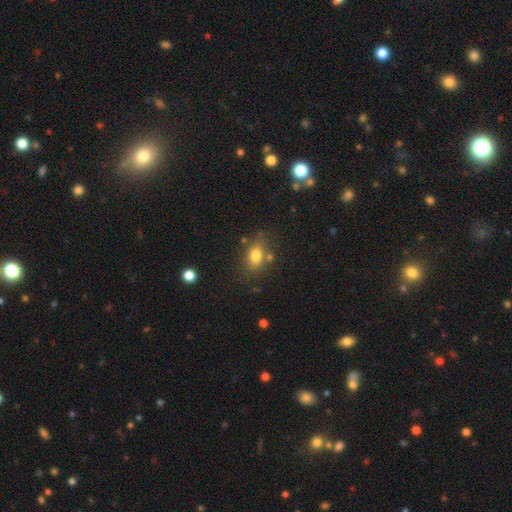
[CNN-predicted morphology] This is likely a smooth galaxy (78%). How rounded: likely in between (75%). Merging: likely none (72%).